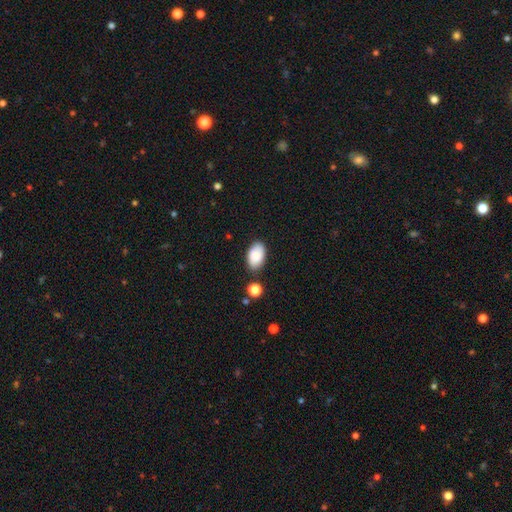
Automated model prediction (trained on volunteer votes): Morphology: type=smooth (87%); roundness=in between (93%); merging=none (79%).